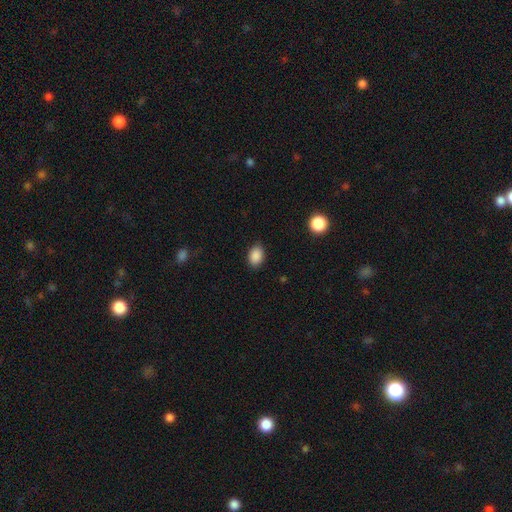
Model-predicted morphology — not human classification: Overall: smooth (88%). How rounded: in between (76%). Merging: none (84%).